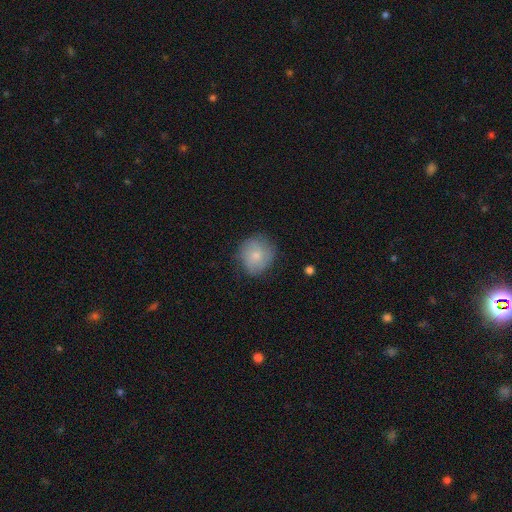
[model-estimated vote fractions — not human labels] smooth 74%, featured or disk 18%, star or artifact 7%. Down the decision tree: how rounded — round (85%); merging — none (75%).